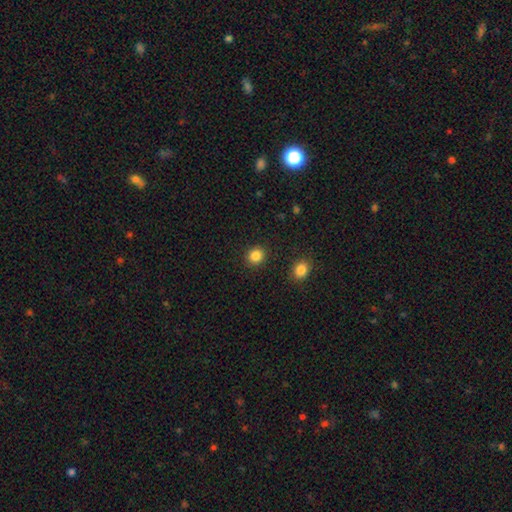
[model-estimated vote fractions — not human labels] smooth_or_featured: smooth (p=0.86) [alt: star or artifact p=0.10]
how_rounded: round (p=0.80) [alt: in between p=0.19]
merging: none (p=0.90) [alt: minor disturbance p=0.06]